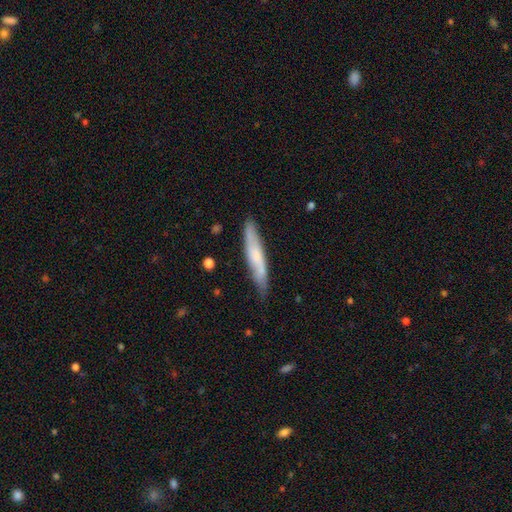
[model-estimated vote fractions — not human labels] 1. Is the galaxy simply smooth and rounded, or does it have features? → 52% smooth, 42% featured or disk, 6% star or artifact.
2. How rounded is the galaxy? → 89% cigar-shaped, 9% in between, 1% round.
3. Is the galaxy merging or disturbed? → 75% none, 20% minor disturbance, 3% major disturbance, 2% merger.